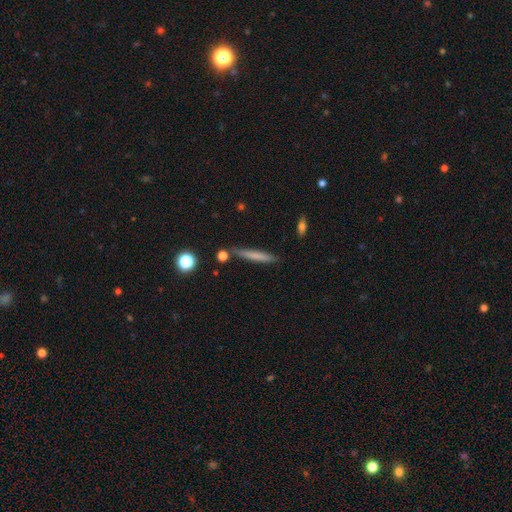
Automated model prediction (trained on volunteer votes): This is likely a smooth galaxy (66%). How rounded: clearly cigar-shaped (94%). Merging: clearly none (81%).